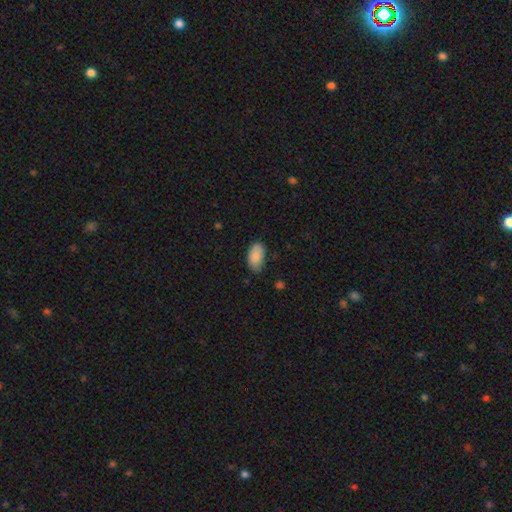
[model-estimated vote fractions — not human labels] Q: Smooth or featured?
A: smooth (88%); runner-up: star or artifact (7%)
Q: How rounded?
A: in between (94%); runner-up: round (4%)
Q: Merging?
A: none (72%); runner-up: minor disturbance (23%)